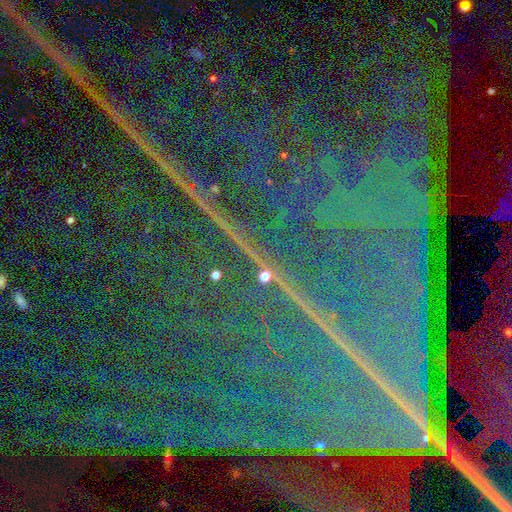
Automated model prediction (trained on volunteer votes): Smooth or featured? star or artifact (88%)